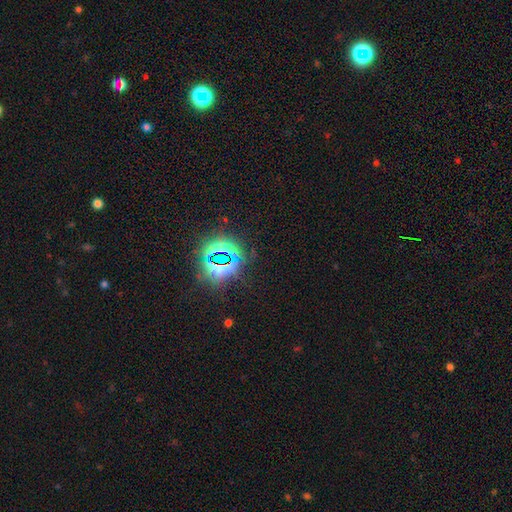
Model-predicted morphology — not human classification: Smooth or featured? star or artifact (83%)